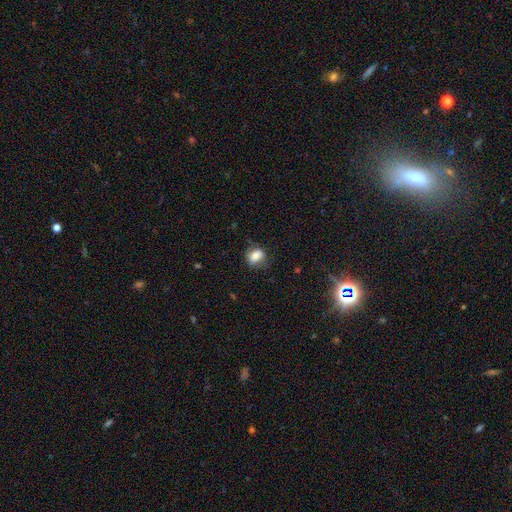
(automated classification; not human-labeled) smooth-or-featured: smooth: 77% | featured or disk: 14% | star or artifact: 9%
  how-rounded: in between: 62% | round: 36% | cigar-shaped: 2%
  merging: none: 64% | minor disturbance: 25% | major disturbance: 10% | merger: 2%